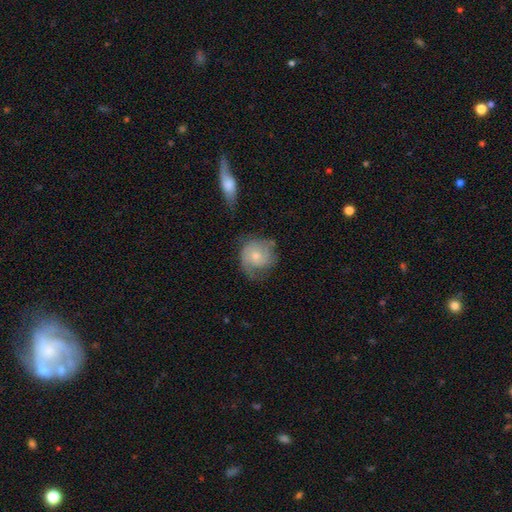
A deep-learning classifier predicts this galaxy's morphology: type=smooth (48%); merging=none (50%).